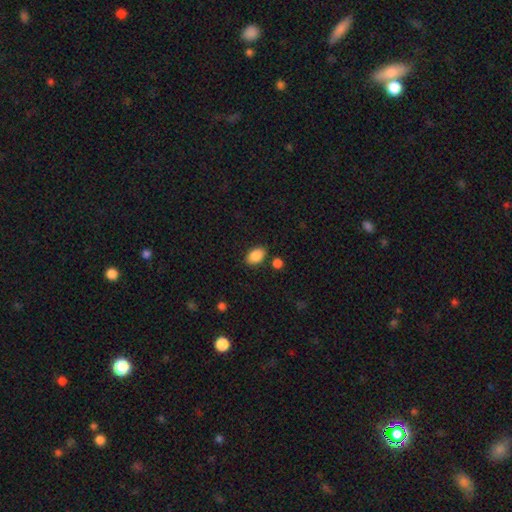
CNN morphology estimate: smooth-or-featured: smooth: 88% | star or artifact: 8% | featured or disk: 4%
  how-rounded: in between: 87% | round: 12% | cigar-shaped: 1%
  merging: none: 81% | minor disturbance: 11% | merger: 5% | major disturbance: 3%